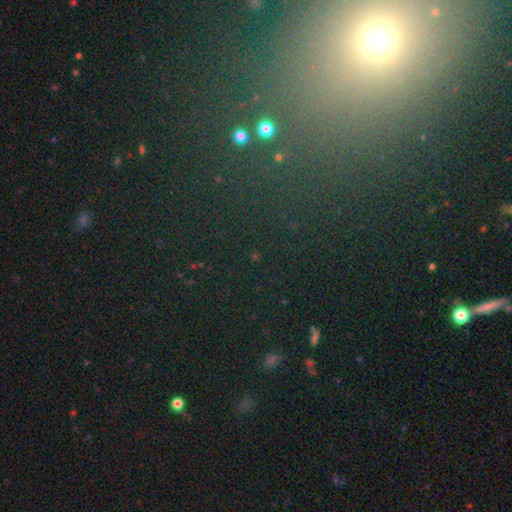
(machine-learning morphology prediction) Smooth or featured? Predicted: star or artifact (p=0.71).